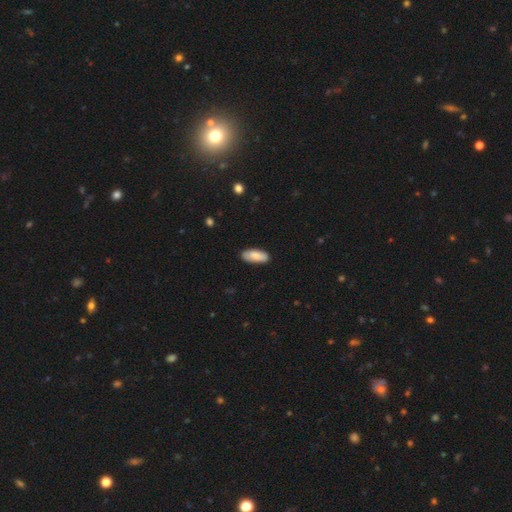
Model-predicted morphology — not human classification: Smooth or featured? Predicted: smooth (p=0.84). How rounded? Predicted: in between (p=0.84). Merging? Predicted: none (p=0.87).